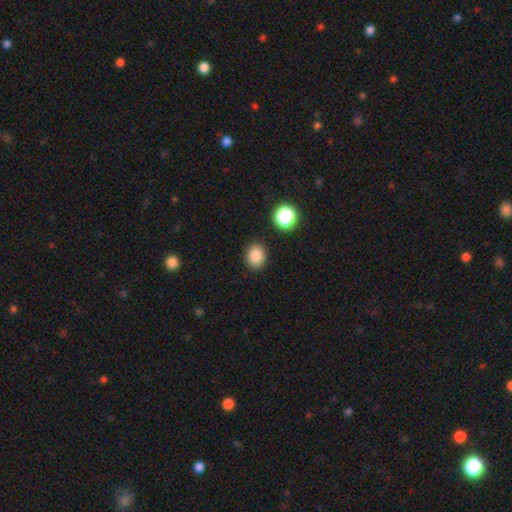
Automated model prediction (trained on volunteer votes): The model was most divided on "how rounded": round: 59%, in between: 40%, cigar-shaped: 1%. More confident: merging — none (87%); smooth or featured — smooth (84%).